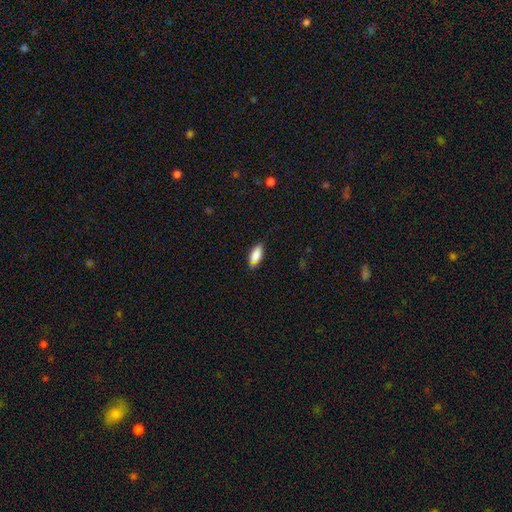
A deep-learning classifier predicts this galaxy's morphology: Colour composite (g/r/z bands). It shows a smooth galaxy with no disk features (84%) that is in between round and cigar-shaped (85%). Merging: none (70%).